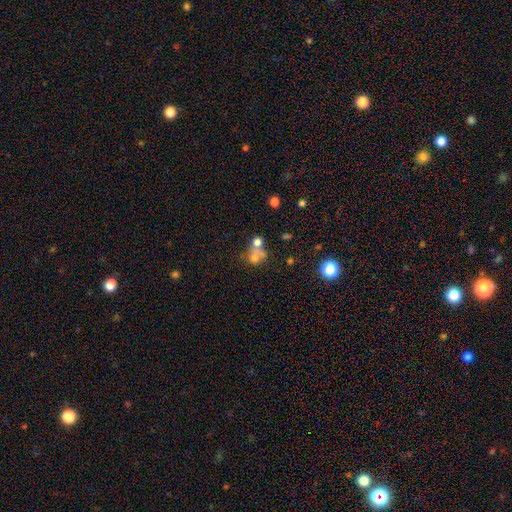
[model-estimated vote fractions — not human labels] A smooth galaxy with no disk features (59%) that is round (65%).

Vote fractions:
- Smooth or featured? smooth: 59% / featured or disk: 22% / star or artifact: 19%
- How rounded? round: 65% / in between: 34% / cigar-shaped: 1%
- Merging? merger: 52% / none: 28% / major disturbance: 10% / minor disturbance: 9%